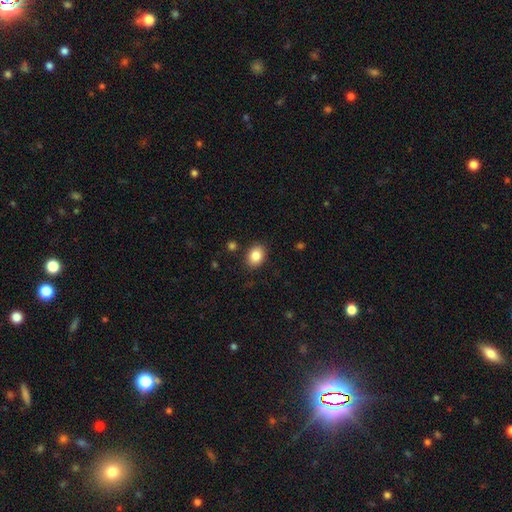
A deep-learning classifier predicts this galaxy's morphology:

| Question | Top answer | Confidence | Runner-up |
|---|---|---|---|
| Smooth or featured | smooth | 85% | star or artifact (8%) |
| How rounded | in between | 66% | round (33%) |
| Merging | none | 86% | minor disturbance (9%) |